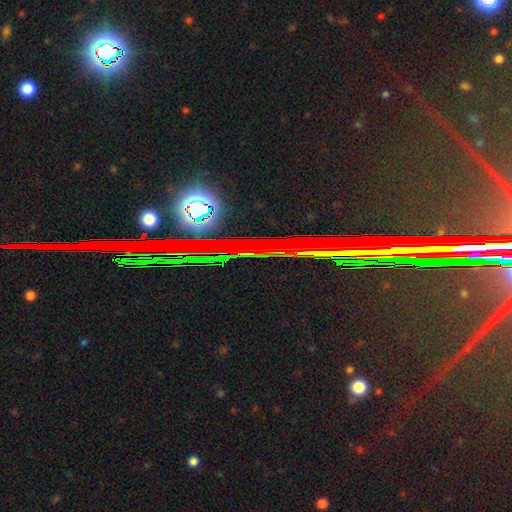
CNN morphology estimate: This appears to be a star or artifact, not a galaxy (81%).